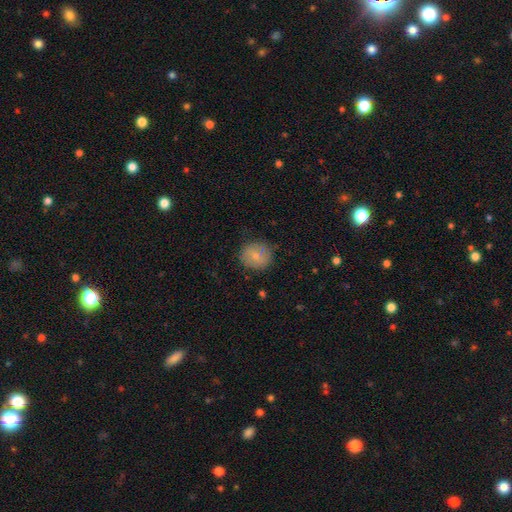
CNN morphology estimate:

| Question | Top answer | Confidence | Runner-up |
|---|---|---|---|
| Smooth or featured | smooth | 78% | featured or disk (15%) |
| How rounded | round | 85% | in between (14%) |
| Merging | none | 79% | minor disturbance (16%) |